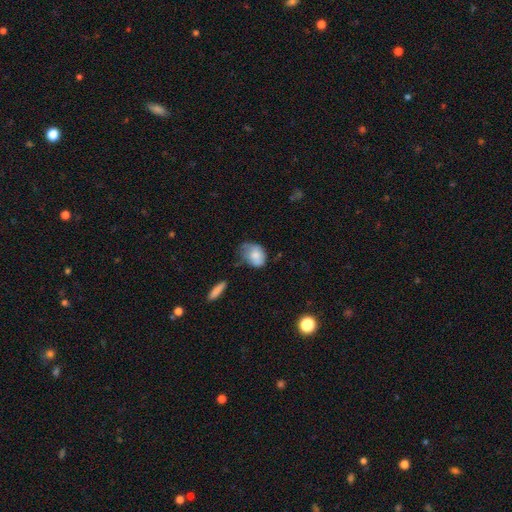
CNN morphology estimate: smooth_or_featured: smooth (p=0.73) [alt: featured or disk p=0.19]
how_rounded: in between (p=0.74) [alt: round p=0.24]
merging: minor disturbance (p=0.42) [alt: none p=0.32]